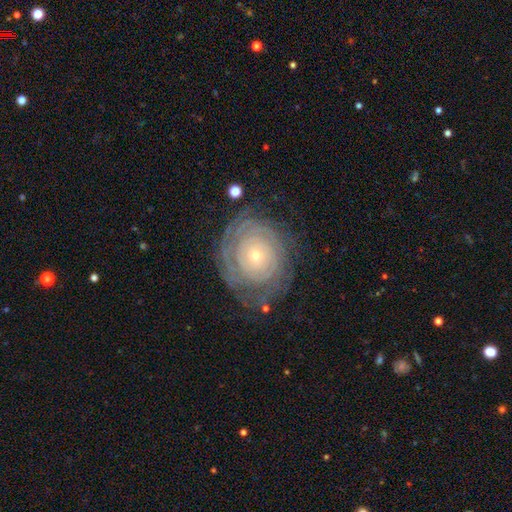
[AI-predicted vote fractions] This appears to be a featured or disk galaxy (81%) with no bar (86%), tight (88%) spiral arms (92%) and a small central bulge (75%). Merging: none (75%).